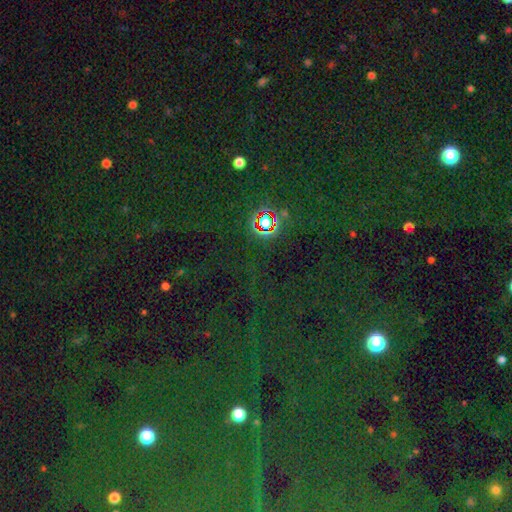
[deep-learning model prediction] Smooth or featured? Predicted: star or artifact (p=0.79).